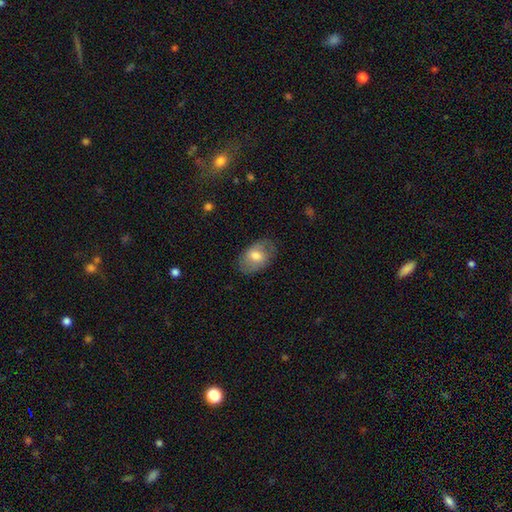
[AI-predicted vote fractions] smooth-or-featured: smooth: 65% | featured or disk: 28% | star or artifact: 7%
  how-rounded: in between: 86% | round: 13% | cigar-shaped: 1%
  merging: none: 76% | minor disturbance: 18% | major disturbance: 6% | merger: 1%